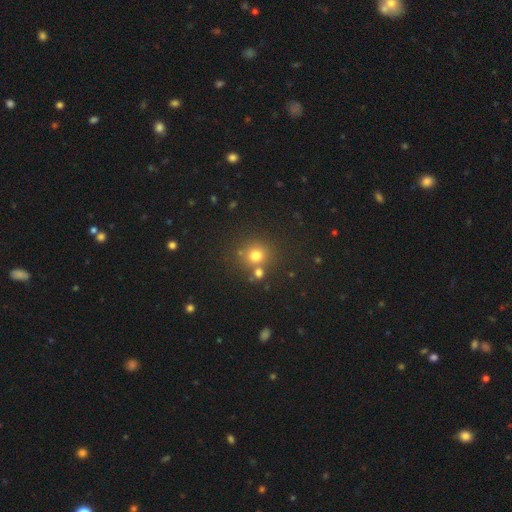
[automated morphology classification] Overall: smooth (74%). How rounded: round (88%). Merging: none (70%).